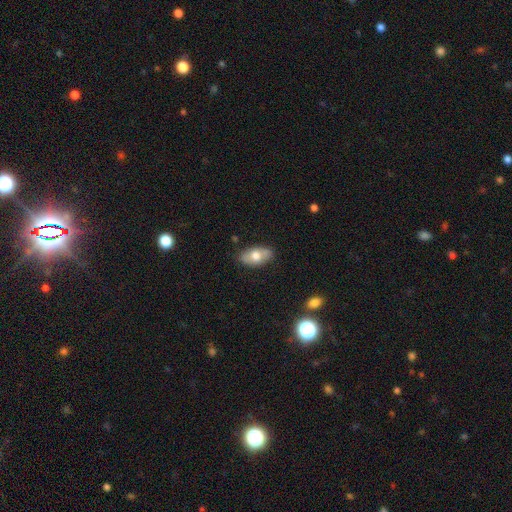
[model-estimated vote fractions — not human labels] smooth-or-featured: smooth: 64% | featured or disk: 29% | star or artifact: 7%
  how-rounded: in between: 91% | round: 6% | cigar-shaped: 3%
  merging: none: 81% | minor disturbance: 15% | major disturbance: 3% | merger: 2%